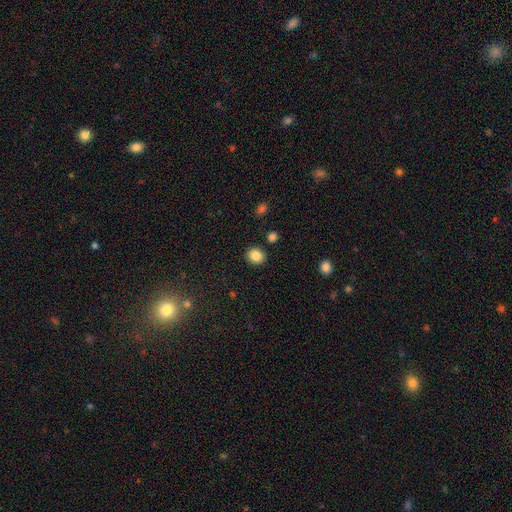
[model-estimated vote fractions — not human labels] Smooth or featured? smooth (86%)
How rounded? round (74%)
Merging? none (89%)